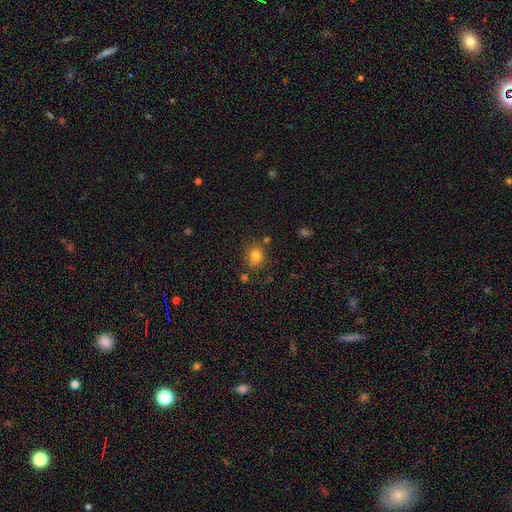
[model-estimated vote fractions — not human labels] smooth 79%, star or artifact 13%, featured or disk 8%. Down the decision tree: how rounded — round (75%); merging — none (78%).